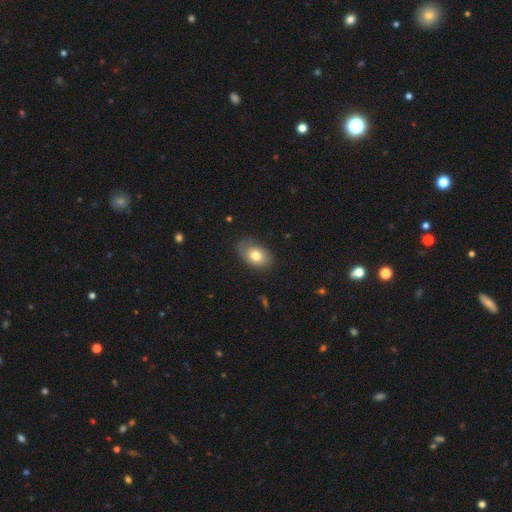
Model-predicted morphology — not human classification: Smooth or featured: smooth — 70% (featured or disk — 23%)
How rounded: in between — 83% (round — 15%)
Merging: none — 67% (minor disturbance — 23%)